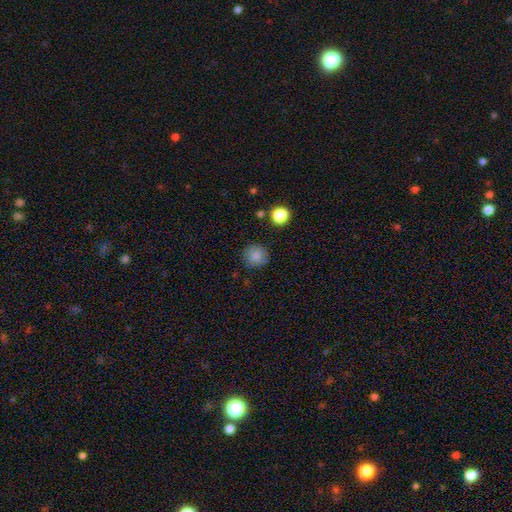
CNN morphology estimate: This appears to be a smooth galaxy with no disk features (85%) that is round (90%). Merging: none (85%).